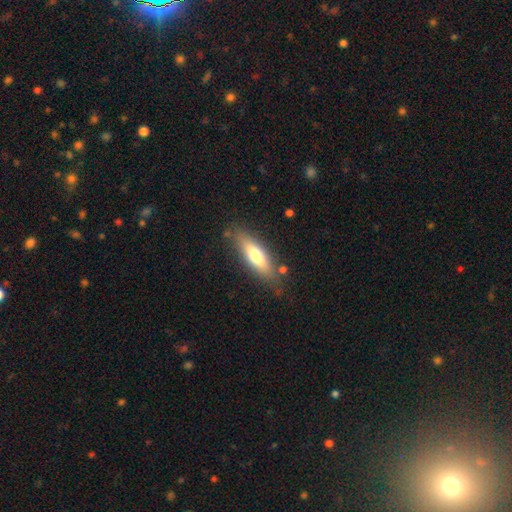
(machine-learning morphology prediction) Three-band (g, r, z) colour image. It shows a smooth galaxy with no disk features (64%) that is cigar-shaped (50%). Merging: none (79%).